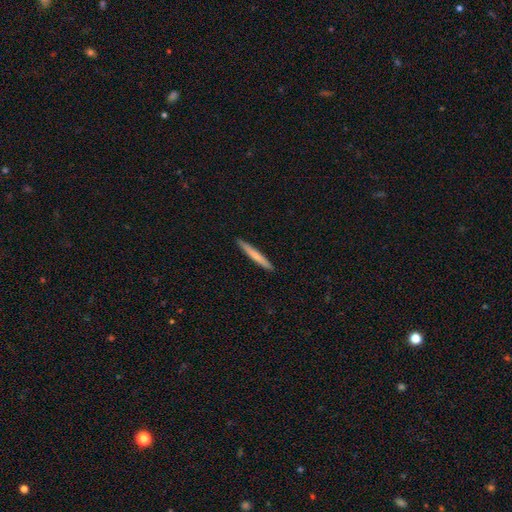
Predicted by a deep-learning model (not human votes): Smooth or featured? smooth (64%)
How rounded? cigar-shaped (96%)
Merging? none (92%)